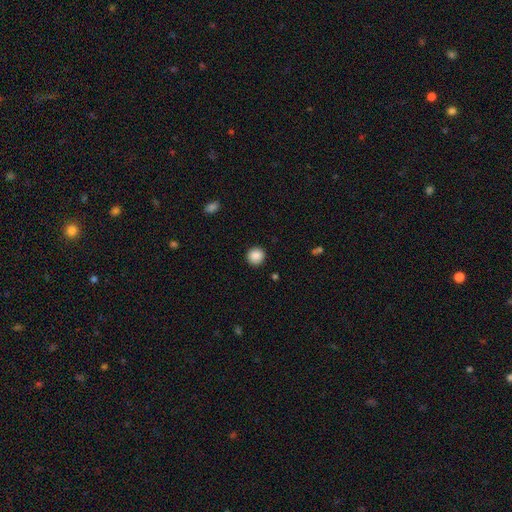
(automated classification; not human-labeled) Smooth or featured? smooth (88%)
How rounded? round (93%)
Merging? none (91%)